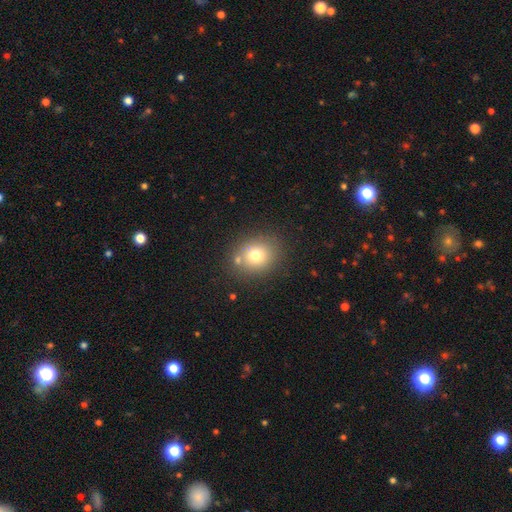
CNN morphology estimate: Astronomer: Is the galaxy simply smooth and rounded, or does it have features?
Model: smooth — 73%.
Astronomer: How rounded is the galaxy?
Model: round — 75%.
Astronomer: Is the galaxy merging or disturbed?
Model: none — 76%.